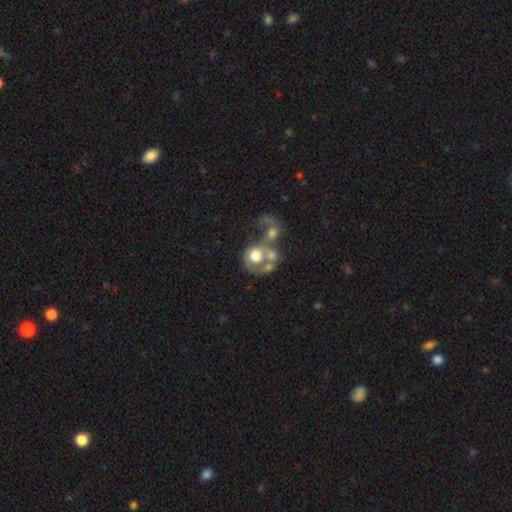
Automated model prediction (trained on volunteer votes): A smooth galaxy with no disk features (46%).

Vote fractions:
- Smooth or featured? smooth: 46% / featured or disk: 45% / star or artifact: 10%
- Merging? merger: 58% / major disturbance: 19% / none: 15% / minor disturbance: 8%